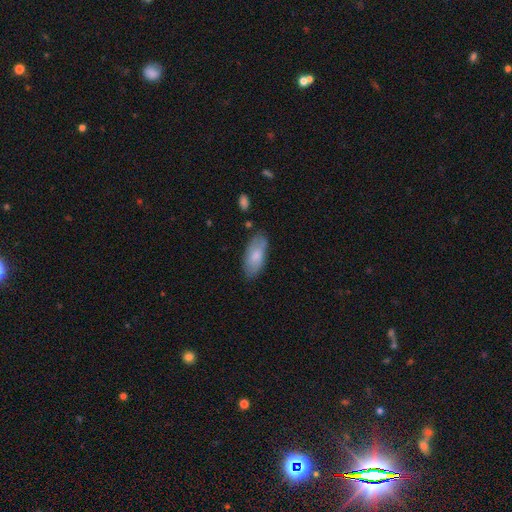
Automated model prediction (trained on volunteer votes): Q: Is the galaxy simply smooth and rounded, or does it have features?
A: smooth — 78%.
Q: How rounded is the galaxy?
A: in between — 90%.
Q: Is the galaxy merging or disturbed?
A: none — 75%.